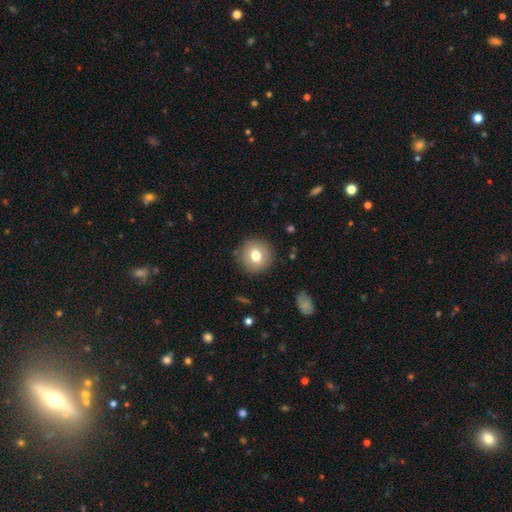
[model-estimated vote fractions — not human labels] This is likely a smooth galaxy (74%). How rounded: clearly round (91%). Merging: clearly none (89%).